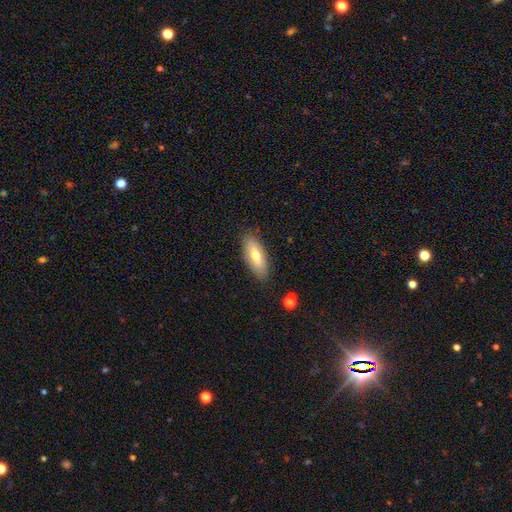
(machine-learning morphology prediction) Overall: smooth (63%; featured or disk 30%). How rounded: in between (74%). Merging: none (85%).